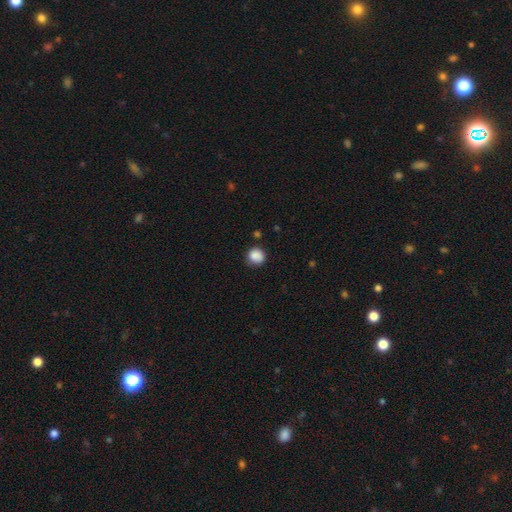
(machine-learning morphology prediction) This appears to be a smooth galaxy with no disk features (87%) that is round (90%). Merging: none (79%).